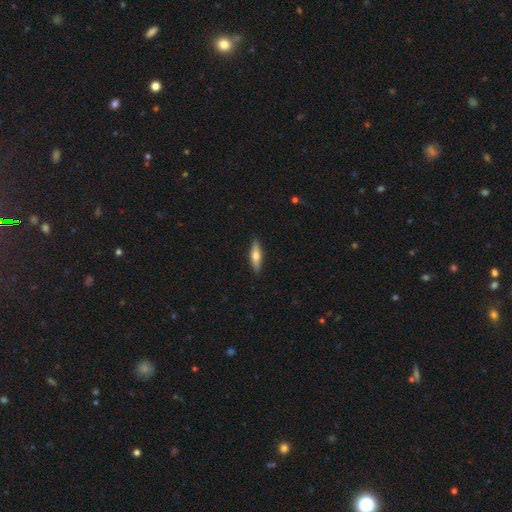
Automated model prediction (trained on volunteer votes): smooth-or-featured: smooth: 56% | featured or disk: 38% | star or artifact: 6%
  how-rounded: cigar-shaped: 69% | in between: 29% | round: 2%
  merging: none: 90% | minor disturbance: 7% | major disturbance: 2% | merger: 1%